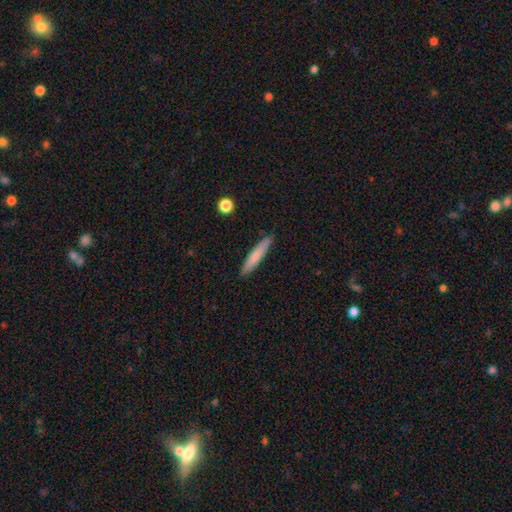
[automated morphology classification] The model was most divided on "smooth or featured": smooth: 72%, featured or disk: 22%, star or artifact: 6%. More confident: how rounded — cigar-shaped (90%); merging — none (89%).